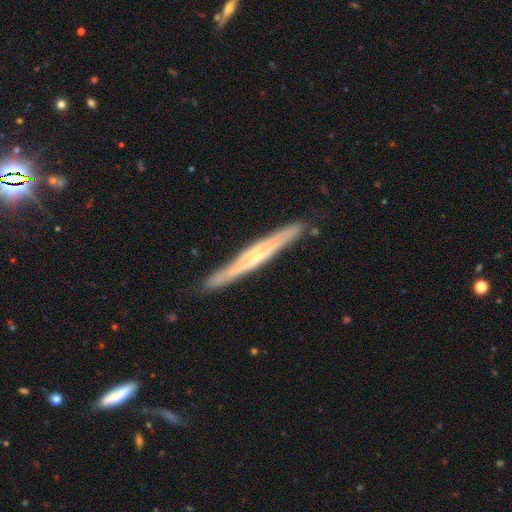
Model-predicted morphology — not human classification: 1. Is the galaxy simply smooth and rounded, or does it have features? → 71% featured or disk, 23% smooth, 6% star or artifact.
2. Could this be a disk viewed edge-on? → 94% yes, 6% no.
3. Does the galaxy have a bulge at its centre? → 49% rounded, 39% none, 12% boxy.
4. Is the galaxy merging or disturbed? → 87% none, 10% minor disturbance, 2% major disturbance, 1% merger.